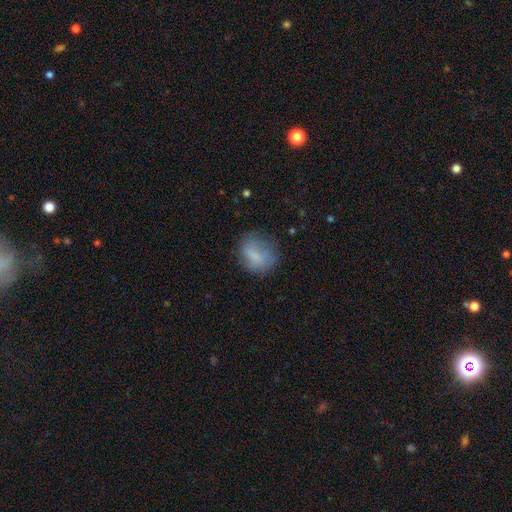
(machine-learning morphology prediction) Smooth or featured: smooth — 74% (featured or disk — 16%)
How rounded: round — 61% (in between — 38%)
Merging: none — 60% (minor disturbance — 26%)